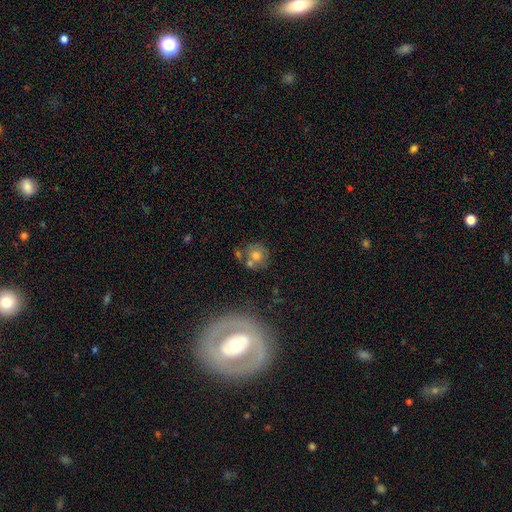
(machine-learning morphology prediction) Smooth or featured?
  - smooth: 56% *
  - featured or disk: 27%
  - star or artifact: 17%
How rounded?
  - round: 85% *
  - in between: 14%
  - cigar-shaped: 1%
Merging?
  - none: 65% *
  - merger: 15%
  - minor disturbance: 14%
  - major disturbance: 7%